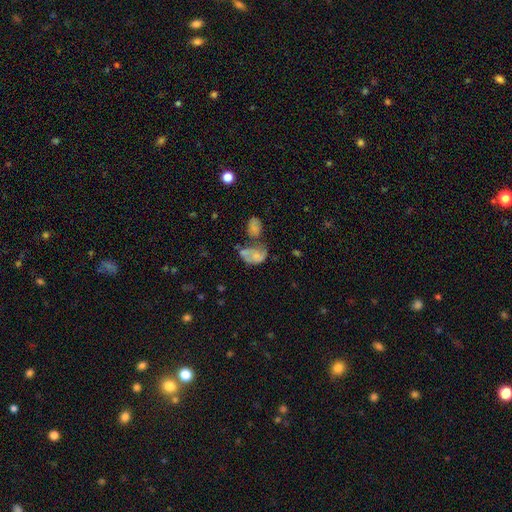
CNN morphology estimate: Smooth or featured?
  - smooth: 52% *
  - featured or disk: 36%
  - star or artifact: 11%
How rounded?
  - in between: 82% *
  - round: 16%
  - cigar-shaped: 2%
Merging?
  - merger: 45% *
  - none: 20%
  - major disturbance: 18%
  - minor disturbance: 17%